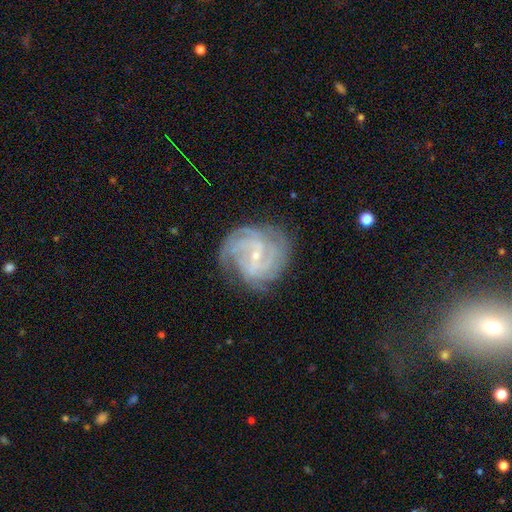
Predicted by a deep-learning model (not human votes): smooth-or-featured: featured or disk: 87% | smooth: 7% | star or artifact: 6%
  disk-edge-on: no: 98% | yes: 2%
    bar: weak: 51% | no: 30% | strong: 20%
    has-spiral-arms: yes: 97% | no: 3%
      spiral-winding: tight: 62% | medium: 32% | loose: 6%
      spiral-arm-count: can't tell: 25% | 3: 23% | 4: 22% | 2: 16% | more than 4: 8% | 1: 6%
    bulge-size: small: 80% | moderate: 16% | none: 2% | large: 1% | dominant: 1%
  merging: none: 73% | minor disturbance: 18% | major disturbance: 7% | merger: 2%